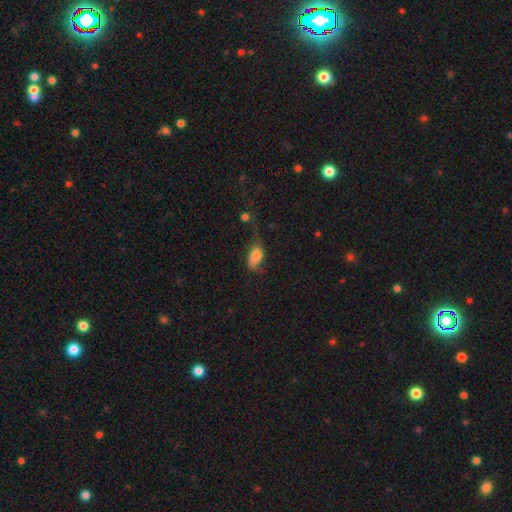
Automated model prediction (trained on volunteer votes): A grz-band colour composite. It shows a smooth galaxy with no disk features (69%) that is in between round and cigar-shaped (86%). Merging: major disturbance (32%).